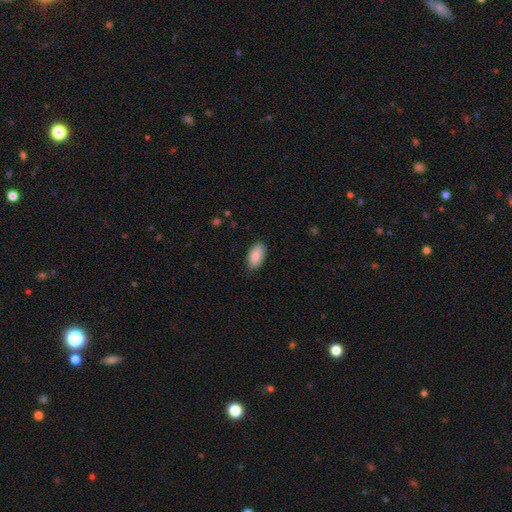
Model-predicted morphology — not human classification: Smooth or featured: smooth — 88% (star or artifact — 6%)
How rounded: in between — 94% (cigar-shaped — 3%)
Merging: none — 84% (minor disturbance — 13%)